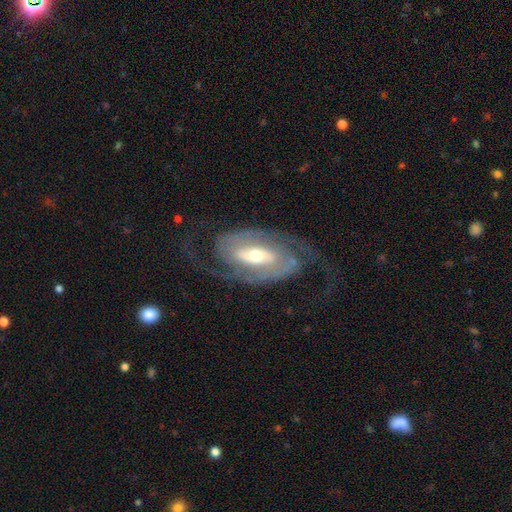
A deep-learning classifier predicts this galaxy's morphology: This is clearly a featured or disk galaxy (87%). It is clearly not viewed edge-on (94%). Bar: marginally strong (37%). Spiral arm pattern: clearly yes (92%). Spiral arm count: clearly 2 (86%). Spiral winding: marginally medium (44%). Central bulge: possibly moderate (58%). Merging: likely none (68%).